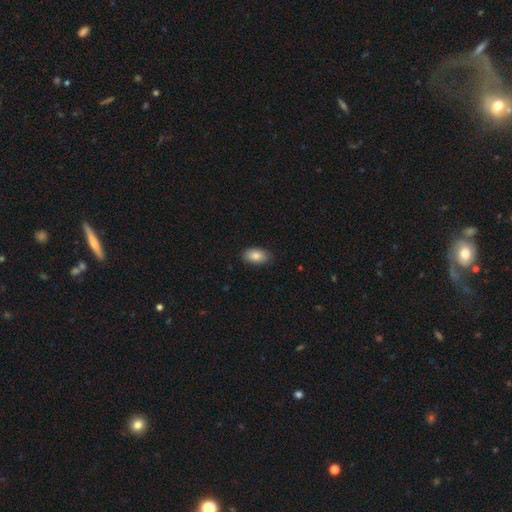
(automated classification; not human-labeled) Smooth or featured: smooth — 85% (featured or disk — 8%)
How rounded: in between — 93% (round — 5%)
Merging: none — 85% (minor disturbance — 12%)